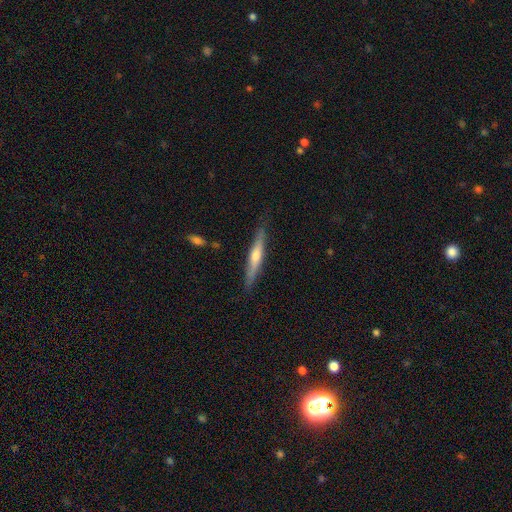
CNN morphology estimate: smooth-or-featured: featured or disk: 59% | smooth: 35% | star or artifact: 6%
  disk-edge-on: yes: 95% | no: 5%
    edge-on-bulge: rounded: 75% | none: 18% | boxy: 7%
  merging: none: 85% | minor disturbance: 11% | major disturbance: 2% | merger: 2%